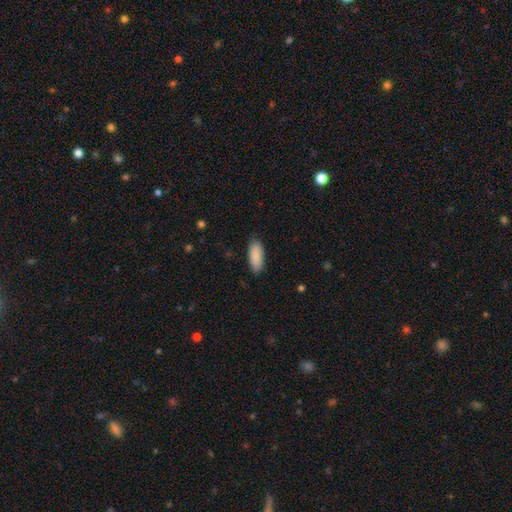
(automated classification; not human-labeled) A smooth galaxy with no disk features (90%) that is in between round and cigar-shaped (79%). Merging: none (86%).